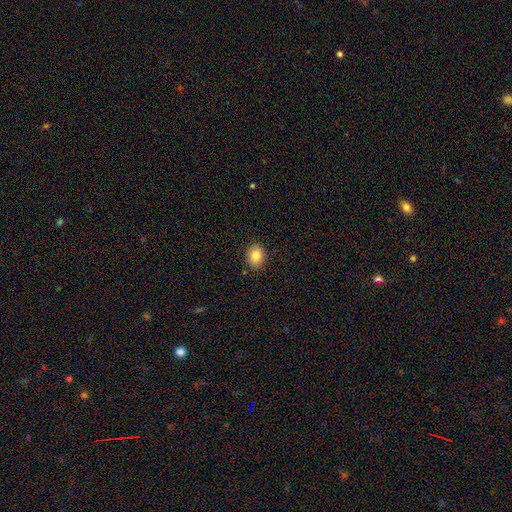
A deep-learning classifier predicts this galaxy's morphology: The model was most divided on "how rounded": in between: 53%, round: 46%, cigar-shaped: 1%. More confident: merging — none (87%); smooth or featured — smooth (85%).